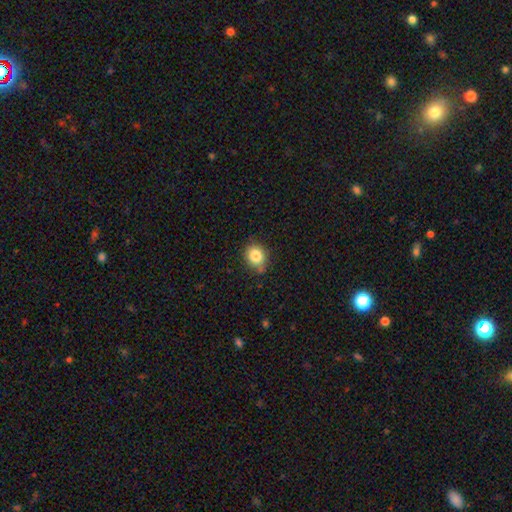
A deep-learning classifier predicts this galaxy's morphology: This appears to be a smooth galaxy with no disk features (84%) that is round (57%). Merging: none (77%).